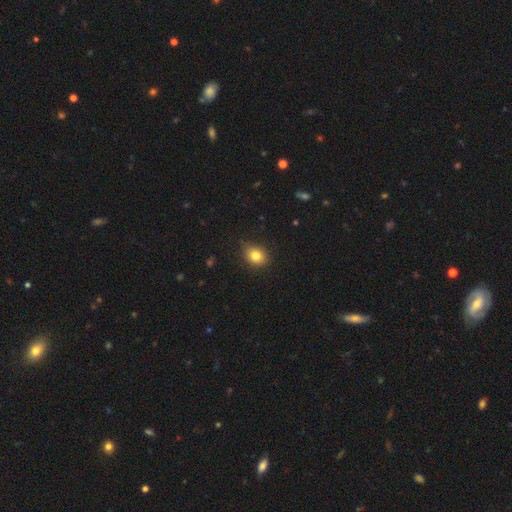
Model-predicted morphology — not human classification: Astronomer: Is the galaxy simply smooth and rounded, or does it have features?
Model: smooth — 81%.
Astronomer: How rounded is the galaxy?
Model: round — 53% (runner-up: in between, 46%).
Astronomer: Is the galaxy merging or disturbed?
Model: none — 81%.